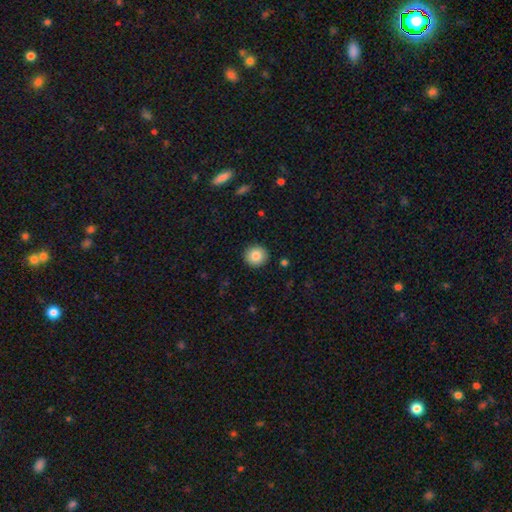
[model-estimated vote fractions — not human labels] Smooth or featured?
  - smooth: 85% *
  - star or artifact: 8%
  - featured or disk: 6%
How rounded?
  - round: 93% *
  - in between: 6%
  - cigar-shaped: 1%
Merging?
  - none: 92% *
  - minor disturbance: 5%
  - major disturbance: 2%
  - merger: 1%